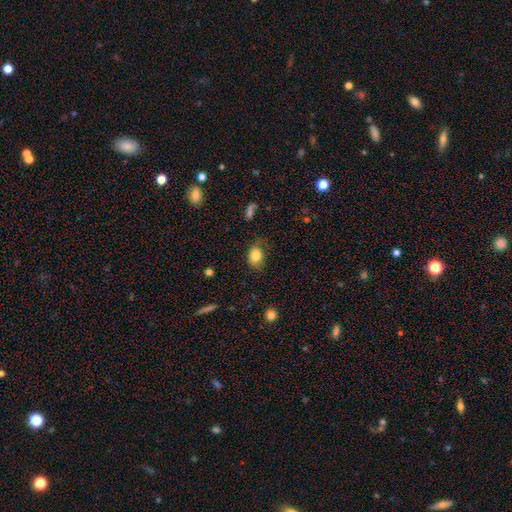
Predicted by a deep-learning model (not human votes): The model was most divided on "how rounded": in between: 63%, round: 36%, cigar-shaped: 1%. More confident: smooth or featured — smooth (83%); merging — none (71%).